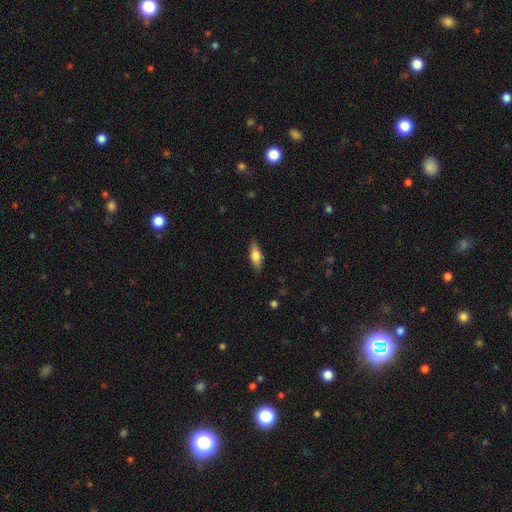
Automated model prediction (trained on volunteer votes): A smooth galaxy with no disk features (70%) that is in between round and cigar-shaped (70%). Merging: none (86%).